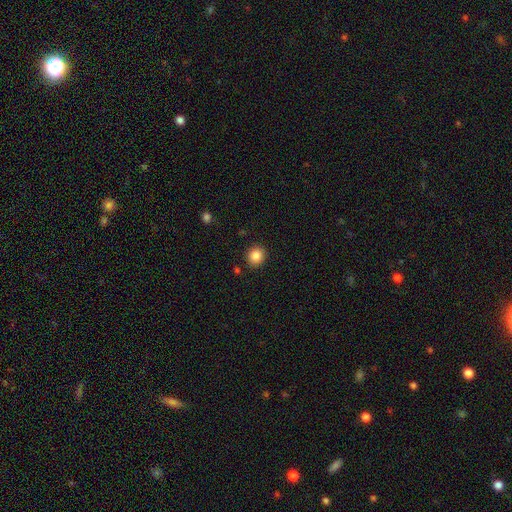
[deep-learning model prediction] This is clearly a smooth galaxy (86%). How rounded: clearly round (85%). Merging: clearly none (90%).